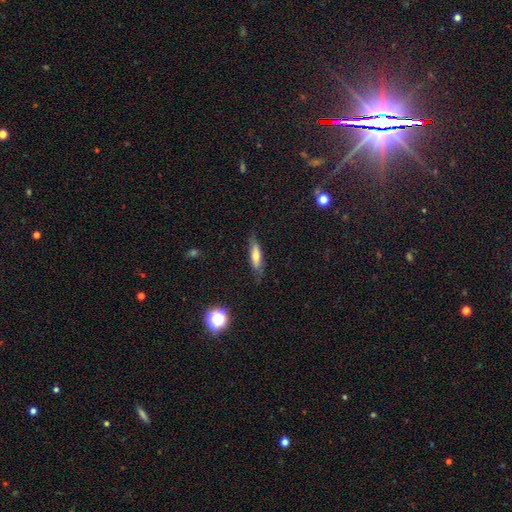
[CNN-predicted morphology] Smooth or featured? Predicted: smooth (p=0.55). How rounded? Predicted: cigar-shaped (p=0.69). Merging? Predicted: none (p=0.77).